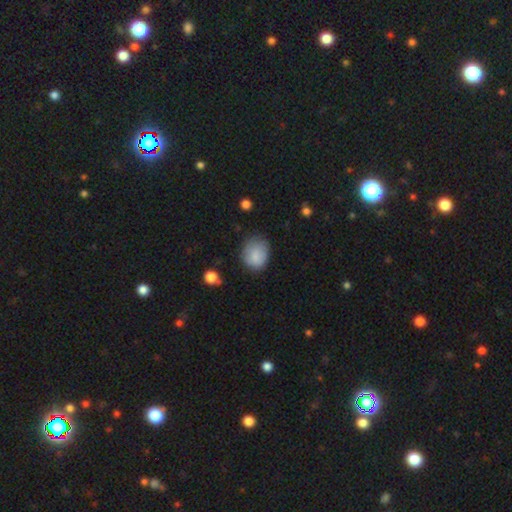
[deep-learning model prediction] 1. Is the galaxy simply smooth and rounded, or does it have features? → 82% smooth, 10% featured or disk, 8% star or artifact.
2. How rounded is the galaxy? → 55% round, 44% in between, 1% cigar-shaped.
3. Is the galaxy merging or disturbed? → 59% none, 30% minor disturbance, 8% major disturbance, 2% merger.